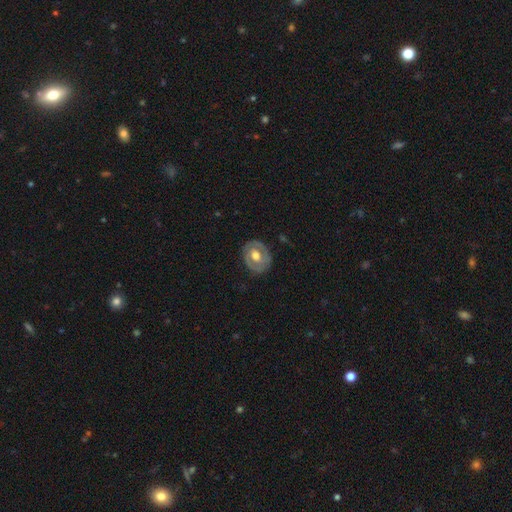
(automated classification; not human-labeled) Smooth or featured? featured or disk (59%)
Edge-on disk? no (95%)
Bar? no (62%)
Spiral arms? no (62%)
Bulge size? moderate (66%)
Merging? none (81%)